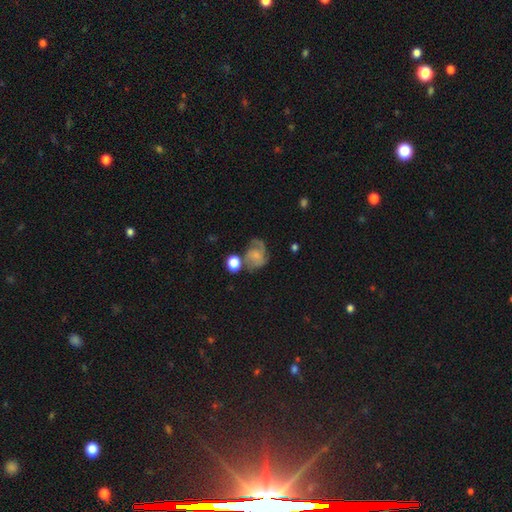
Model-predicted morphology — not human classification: Smooth or featured: featured or disk — 58% (smooth — 32%)
Edge-on disk: no — 98% (yes — 2%)
Bar: no — 70% (weak — 26%)
Spiral arms: yes — 87% (no — 13%)
Bulge size: small — 49% (none — 27%)
Merging: none — 42% (minor disturbance — 24%)